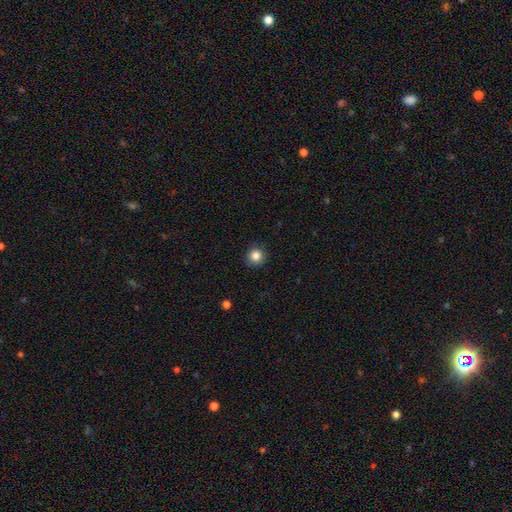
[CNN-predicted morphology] This is clearly a smooth galaxy (85%). How rounded: clearly round (93%). Merging: clearly none (90%).